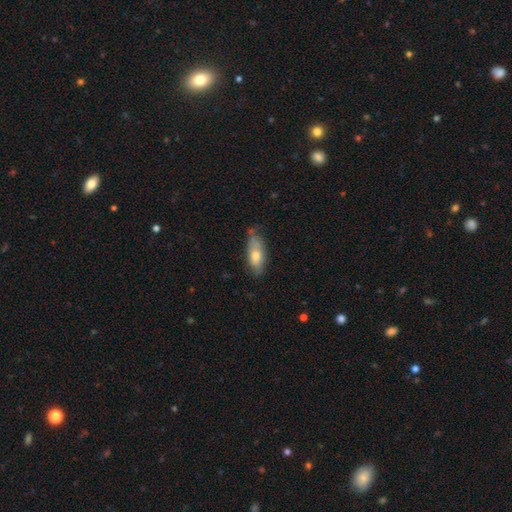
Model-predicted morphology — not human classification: This appears to be a smooth galaxy with no disk features (67%) that is in between round and cigar-shaped (80%). Merging: none (59%).